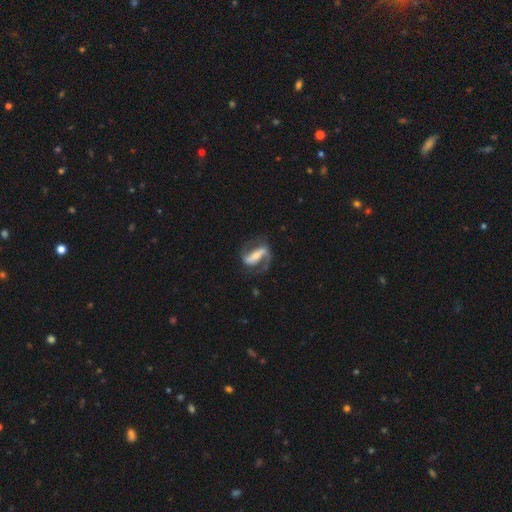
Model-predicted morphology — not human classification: Smooth or featured?
  - featured or disk: 86% *
  - smooth: 10%
  - star or artifact: 5%
Edge-on disk?
  - no: 93% *
  - yes: 7%
Bar?
  - strong: 71% *
  - weak: 18%
  - no: 11%
Spiral arms?
  - yes: 94% *
  - no: 6%
Spiral winding?
  - medium: 48% *
  - loose: 32%
  - tight: 20%
Spiral arm count?
  - 2: 83% *
  - 1: 11%
  - can't tell: 3%
  - 3: 1%
  - 4: 1%
  - more than 4: 1%
Bulge size?
  - small: 48% *
  - moderate: 38%
  - large: 6%
  - none: 6%
  - dominant: 2%
Merging?
  - none: 69% *
  - minor disturbance: 15%
  - major disturbance: 13%
  - merger: 2%